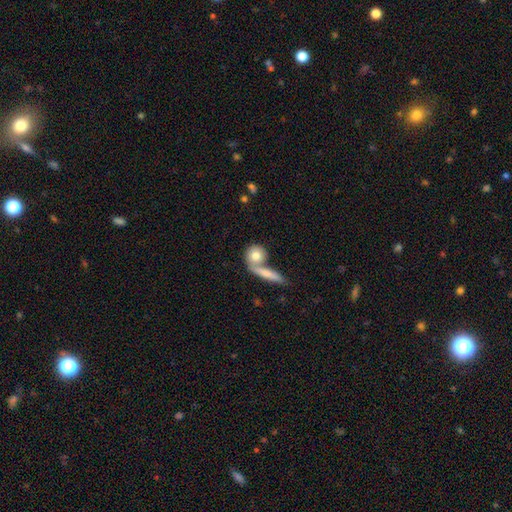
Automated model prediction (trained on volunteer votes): Smooth or featured: smooth — 76% (featured or disk — 18%)
How rounded: round — 72% (in between — 20%)
Merging: none — 49% (merger — 36%)